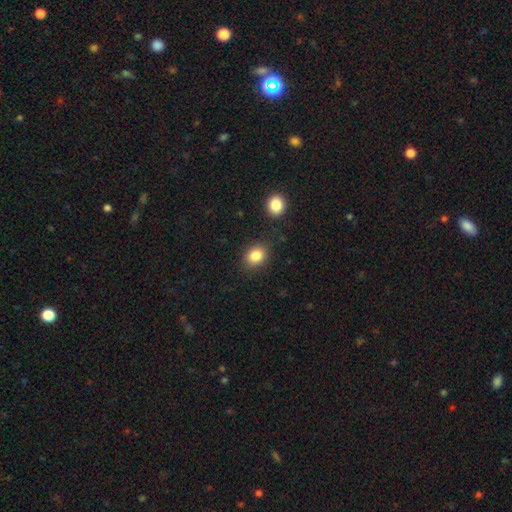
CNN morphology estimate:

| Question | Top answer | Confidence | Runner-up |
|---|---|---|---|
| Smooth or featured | smooth | 85% | star or artifact (10%) |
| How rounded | round | 54% | in between (45%) |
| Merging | none | 83% | minor disturbance (10%) |